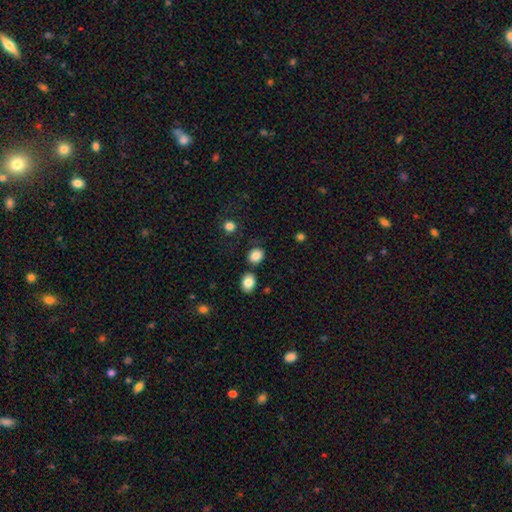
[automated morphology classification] The model was most divided on "how rounded": round: 57%, in between: 42%, cigar-shaped: 1%. More confident: smooth or featured — smooth (85%); merging — none (72%).